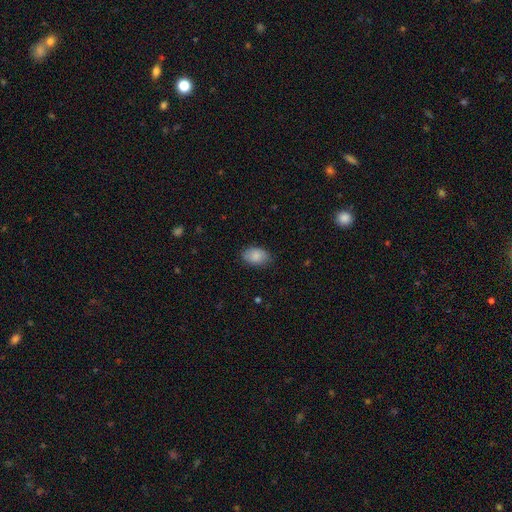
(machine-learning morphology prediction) Q: Smooth or featured?
A: smooth (87%); runner-up: star or artifact (7%)
Q: How rounded?
A: in between (88%); runner-up: round (10%)
Q: Merging?
A: none (82%); runner-up: minor disturbance (14%)